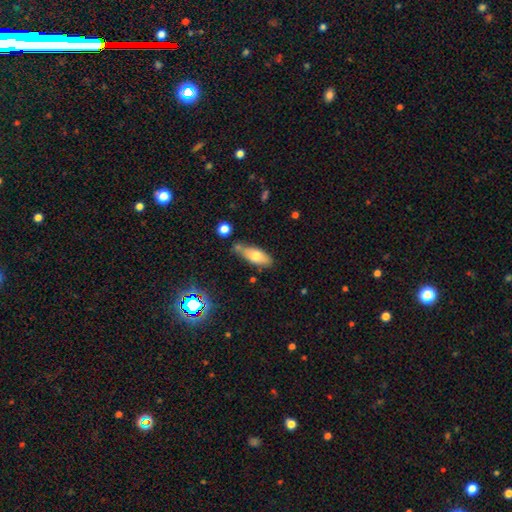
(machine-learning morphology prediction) Smooth or featured? smooth (69%)
How rounded? in between (74%)
Merging? none (62%)